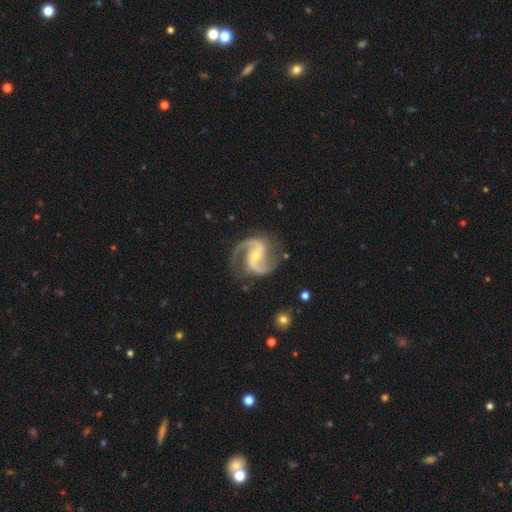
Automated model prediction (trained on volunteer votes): smooth-or-featured: featured or disk: 93% | star or artifact: 4% | smooth: 3%
  disk-edge-on: no: 98% | yes: 2%
    bar: weak: 40% | no: 34% | strong: 26%
    has-spiral-arms: yes: 98% | no: 2%
      spiral-winding: medium: 62% | loose: 26% | tight: 12%
      spiral-arm-count: 2: 93% | 3: 2% | 1: 1% | can't tell: 1% | 4: 1% | more than 4: 1%
    bulge-size: small: 51% | moderate: 46% | large: 1% | none: 1% | dominant: 1%
  merging: none: 78% | minor disturbance: 15% | major disturbance: 6% | merger: 2%